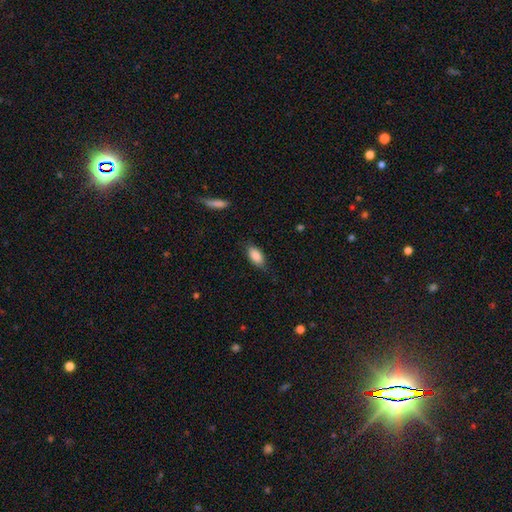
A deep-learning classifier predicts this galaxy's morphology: A smooth galaxy with no disk features (87%) that is in between round and cigar-shaped (91%). Merging: none (76%).